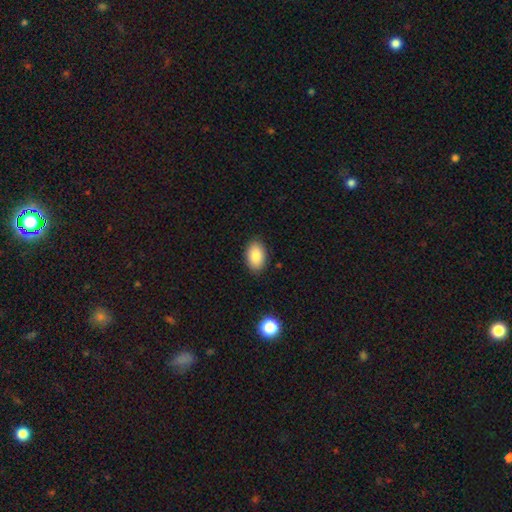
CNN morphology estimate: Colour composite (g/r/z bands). It shows a smooth galaxy with no disk features (86%) that is in between round and cigar-shaped (91%). Merging: none (88%).